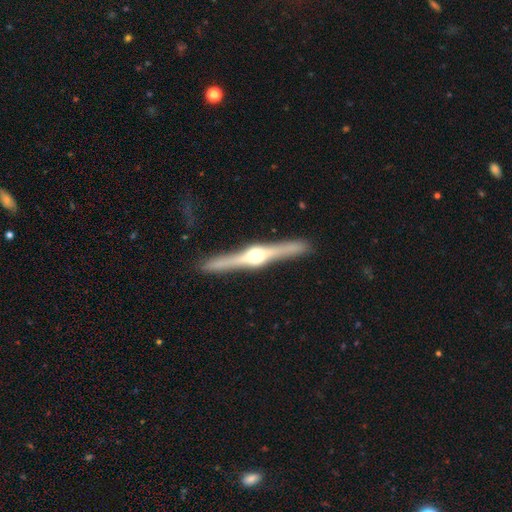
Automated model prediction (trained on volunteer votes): This appears to be a featured or disk galaxy (84%) viewed edge-on (98%) with a rounded central bulge (95%). Merging: none (90%).